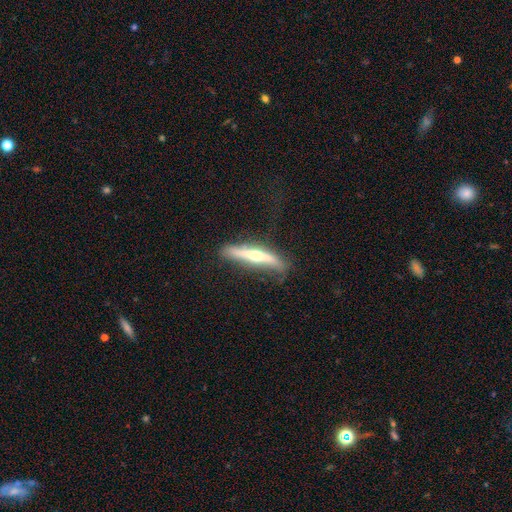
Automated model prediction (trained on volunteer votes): Overall: featured or disk (61%; smooth 34%). Edge-on disk: yes (90%). Edge-on bulge: rounded (84%). Merging: none (69%).